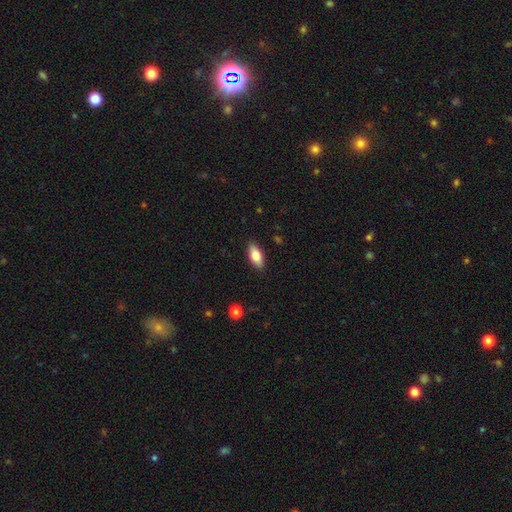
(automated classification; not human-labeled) Smooth or featured? Predicted: smooth (p=0.78). How rounded? Predicted: in between (p=0.85). Merging? Predicted: none (p=0.88).